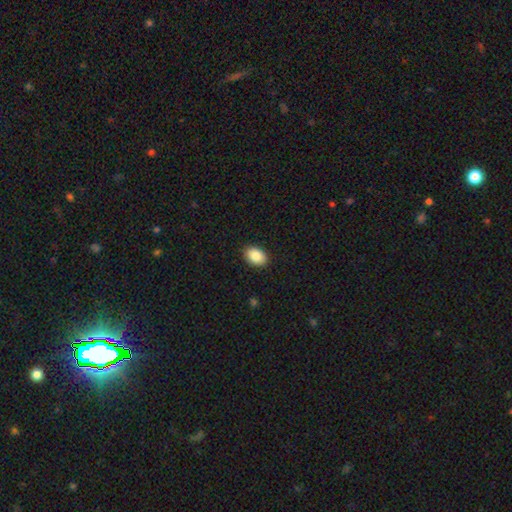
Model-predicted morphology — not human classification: This appears to be a smooth galaxy with no disk features (88%) that is in between round and cigar-shaped (86%). Merging: none (90%).